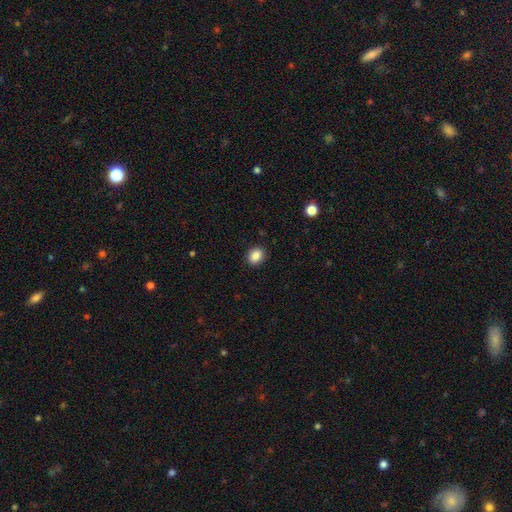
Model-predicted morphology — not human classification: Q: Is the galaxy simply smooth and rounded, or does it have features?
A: smooth — 86%.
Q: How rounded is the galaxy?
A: round — 57%.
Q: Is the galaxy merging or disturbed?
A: none — 90%.